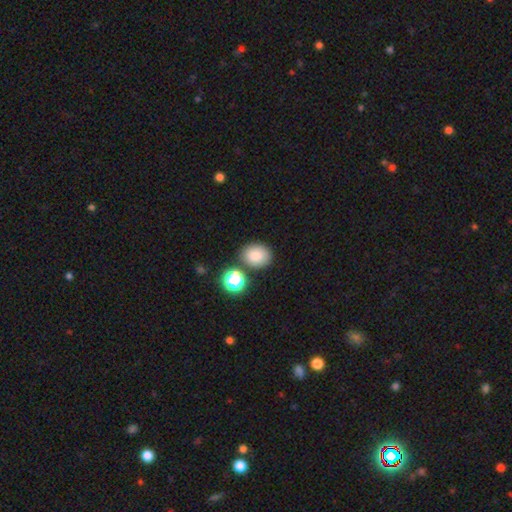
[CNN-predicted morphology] Smooth or featured? Predicted: smooth (p=0.82). How rounded? Predicted: in between (p=0.52). Merging? Predicted: none (p=0.76).